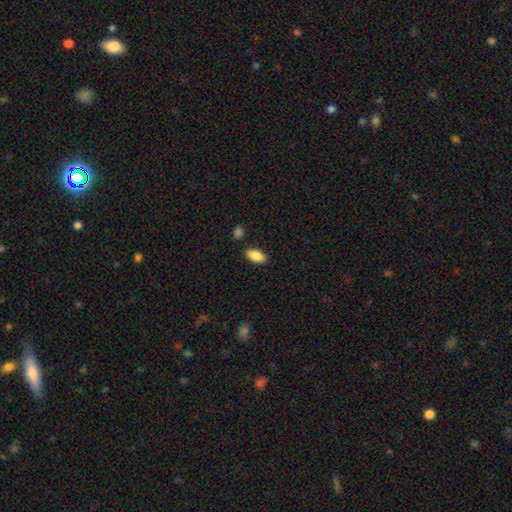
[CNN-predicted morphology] Q: Smooth or featured?
A: smooth (87%); runner-up: star or artifact (7%)
Q: How rounded?
A: in between (92%); runner-up: cigar-shaped (6%)
Q: Merging?
A: none (85%); runner-up: minor disturbance (10%)